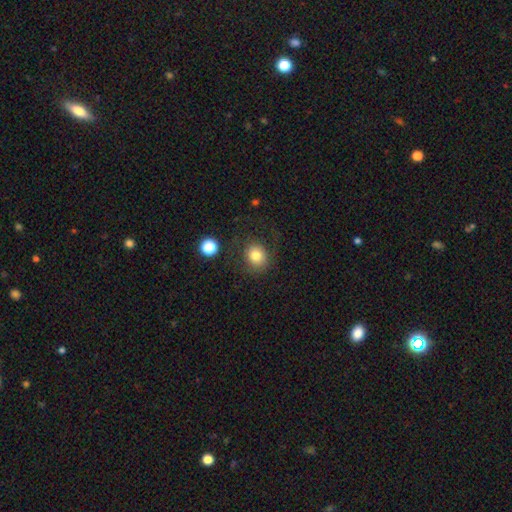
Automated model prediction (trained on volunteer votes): smooth 79%, star or artifact 12%, featured or disk 9%. Down the decision tree: how rounded — round (79%); merging — none (75%).